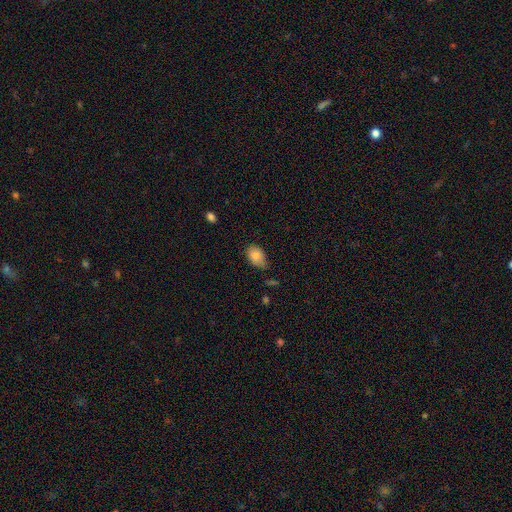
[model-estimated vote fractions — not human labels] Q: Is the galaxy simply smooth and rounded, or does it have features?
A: smooth — 84%.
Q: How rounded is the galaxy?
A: in between — 86%.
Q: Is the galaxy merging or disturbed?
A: none — 57%.